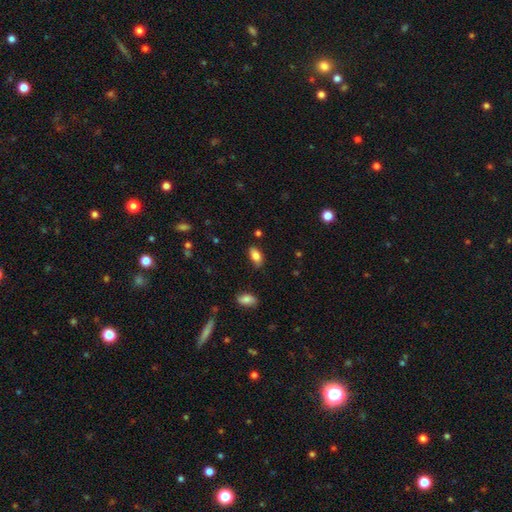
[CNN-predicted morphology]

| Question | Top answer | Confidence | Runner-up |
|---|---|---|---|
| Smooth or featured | smooth | 82% | featured or disk (9%) |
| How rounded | in between | 90% | cigar-shaped (5%) |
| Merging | none | 79% | minor disturbance (16%) |